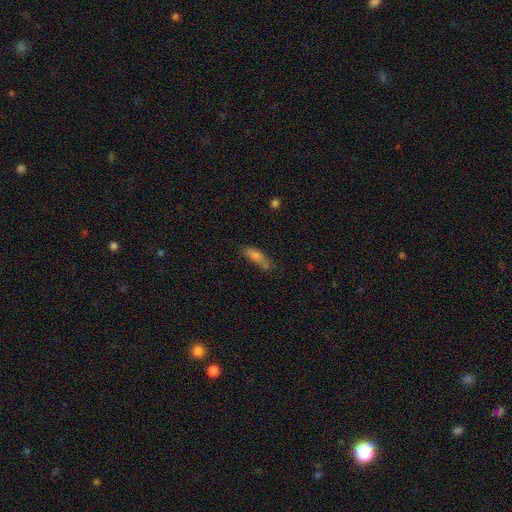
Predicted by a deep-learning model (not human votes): Overall: smooth (61%; featured or disk 21%). How rounded: cigar-shaped (63%; in between 33%). Merging: none (64%).